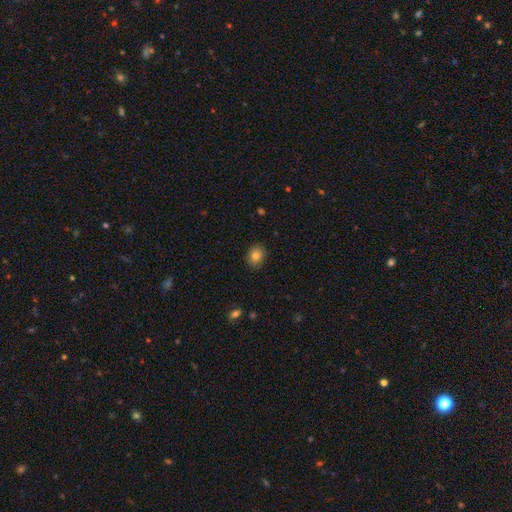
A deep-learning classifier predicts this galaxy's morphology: smooth 83%, star or artifact 10%, featured or disk 7%. Down the decision tree: how rounded — round (59%); merging — none (87%).